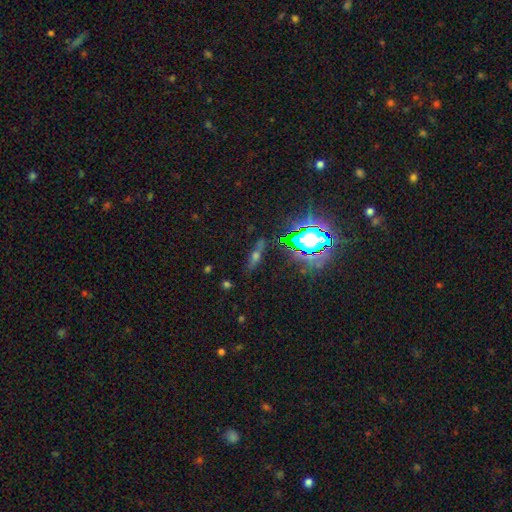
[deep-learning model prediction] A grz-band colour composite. It shows a featured or disk galaxy (36%). Merging: none (79%).